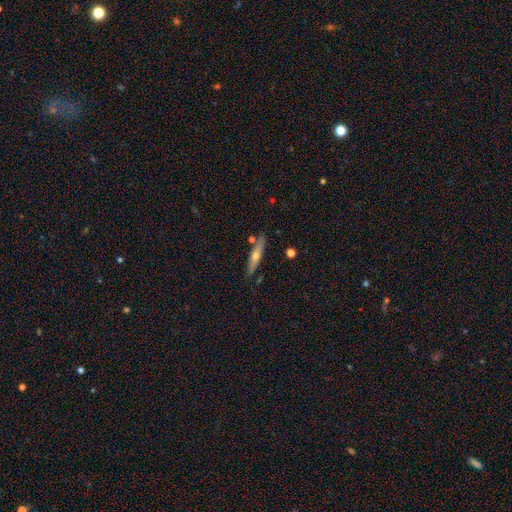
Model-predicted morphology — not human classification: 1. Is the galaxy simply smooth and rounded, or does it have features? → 51% featured or disk, 43% smooth, 6% star or artifact.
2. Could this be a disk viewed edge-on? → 89% yes, 11% no.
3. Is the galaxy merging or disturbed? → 82% none, 11% minor disturbance, 5% merger, 2% major disturbance.